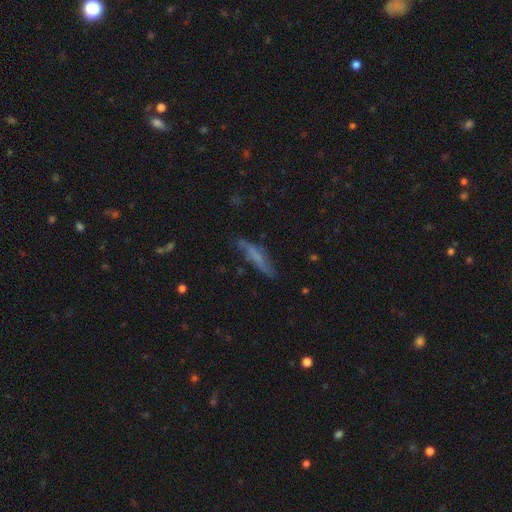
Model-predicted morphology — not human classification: smooth 52%, featured or disk 38%, star or artifact 10%. Down the decision tree: how rounded — cigar-shaped (82%); merging — none (65%).